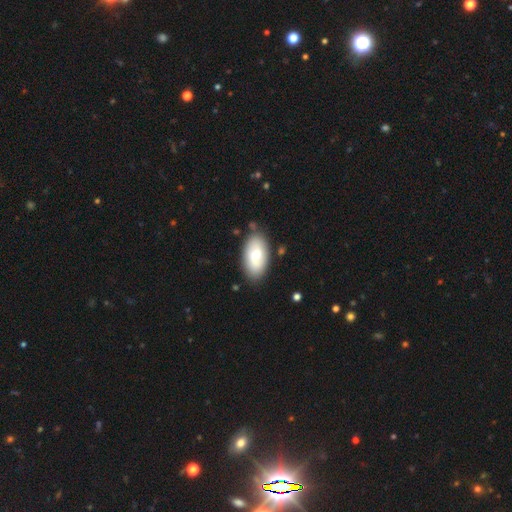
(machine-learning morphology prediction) This is likely a smooth galaxy (66%). How rounded: clearly in between (95%). Merging: clearly none (82%).